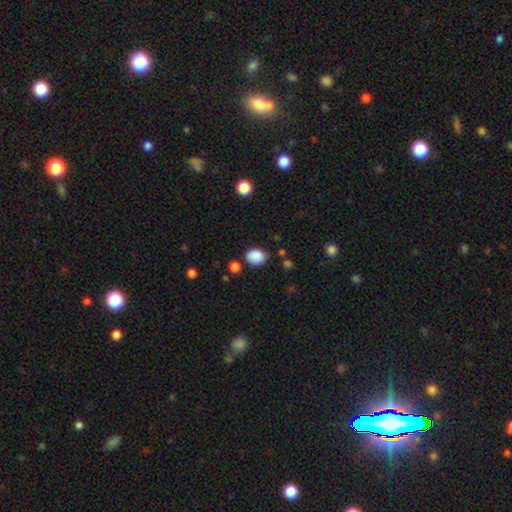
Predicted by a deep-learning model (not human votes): smooth_or_featured: smooth (p=0.87) [alt: star or artifact p=0.08]
how_rounded: in between (p=0.65) [alt: round p=0.34]
merging: none (p=0.73) [alt: minor disturbance p=0.18]